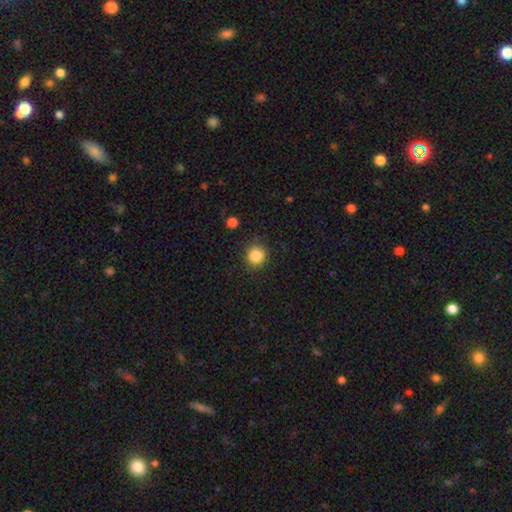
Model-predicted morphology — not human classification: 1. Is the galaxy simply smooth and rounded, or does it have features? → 85% smooth, 10% star or artifact, 5% featured or disk.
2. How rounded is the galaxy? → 89% round, 11% in between, 1% cigar-shaped.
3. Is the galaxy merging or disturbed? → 87% none, 9% minor disturbance, 3% major disturbance, 1% merger.